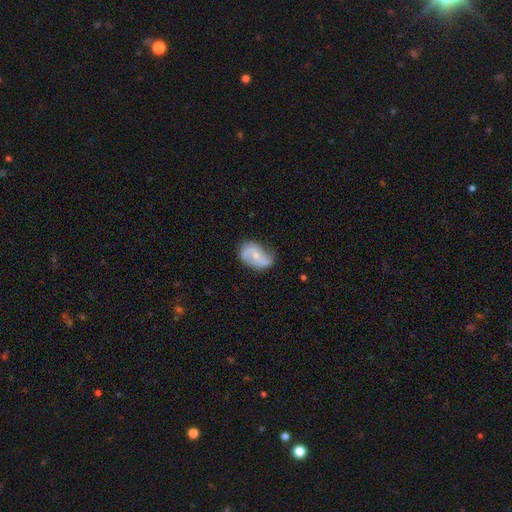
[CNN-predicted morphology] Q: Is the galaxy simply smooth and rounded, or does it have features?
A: featured or disk — 68%.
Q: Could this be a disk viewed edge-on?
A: no — 97%.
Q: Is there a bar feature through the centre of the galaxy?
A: no — 52%.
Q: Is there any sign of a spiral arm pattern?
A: yes — 91%.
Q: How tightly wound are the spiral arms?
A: loose — 42%.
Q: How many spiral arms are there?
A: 2 — 85%.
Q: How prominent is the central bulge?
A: small — 56%.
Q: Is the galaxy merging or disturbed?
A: none — 64%.